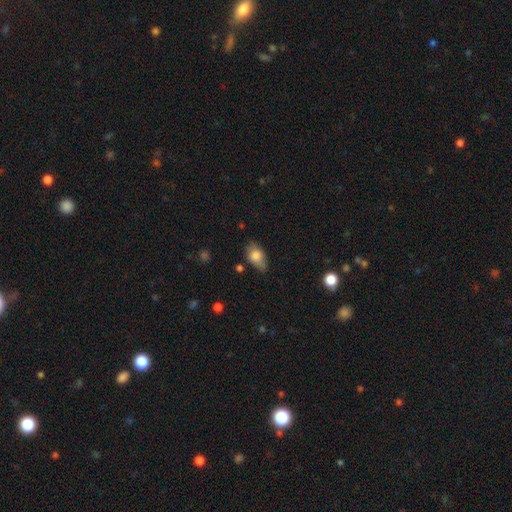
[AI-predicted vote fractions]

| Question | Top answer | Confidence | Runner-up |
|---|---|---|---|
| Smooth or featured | smooth | 78% | featured or disk (15%) |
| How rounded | in between | 87% | round (10%) |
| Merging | none | 61% | minor disturbance (30%) |